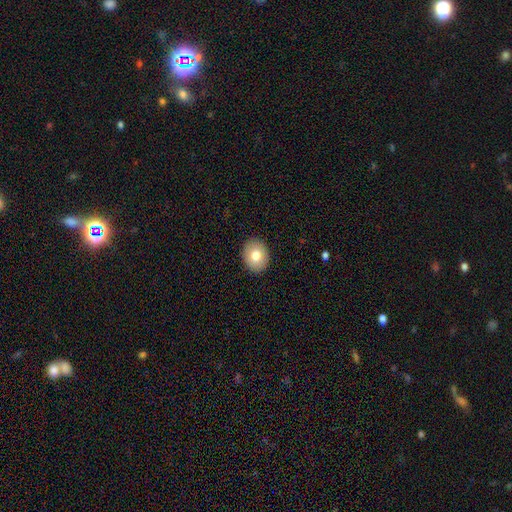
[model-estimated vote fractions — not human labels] smooth 77%, featured or disk 15%, star or artifact 8%. Down the decision tree: how rounded — round (51%); merging — none (91%).